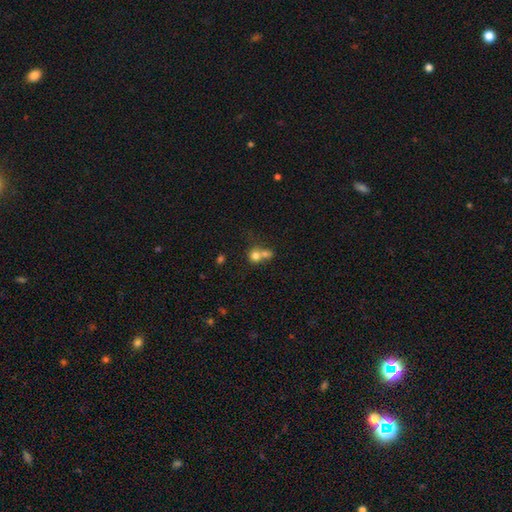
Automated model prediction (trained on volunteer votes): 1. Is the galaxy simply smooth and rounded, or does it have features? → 73% smooth, 15% featured or disk, 12% star or artifact.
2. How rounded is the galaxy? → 76% round, 23% in between, 1% cigar-shaped.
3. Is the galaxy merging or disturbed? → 63% merger, 26% none, 6% minor disturbance, 5% major disturbance.